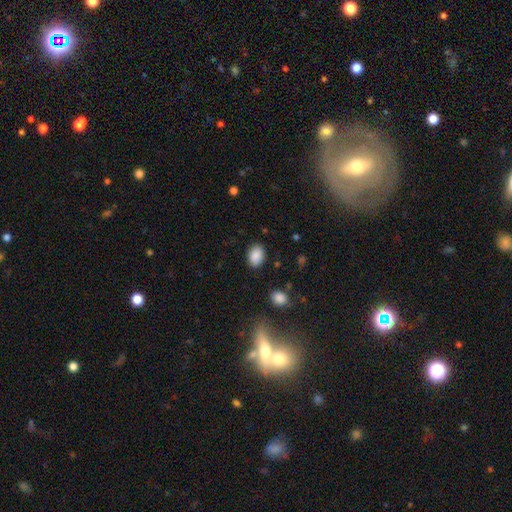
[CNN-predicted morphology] Smooth or featured: smooth — 89% (star or artifact — 8%)
How rounded: in between — 81% (round — 18%)
Merging: none — 87% (minor disturbance — 9%)